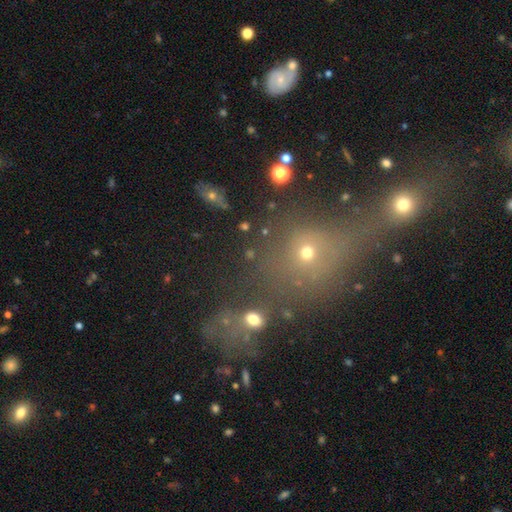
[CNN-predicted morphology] A smooth galaxy with no disk features (50%).

Vote fractions:
- Smooth or featured? smooth: 50% / star or artifact: 34% / featured or disk: 16%
- Merging? merger: 48% / none: 34% / major disturbance: 9% / minor disturbance: 9%